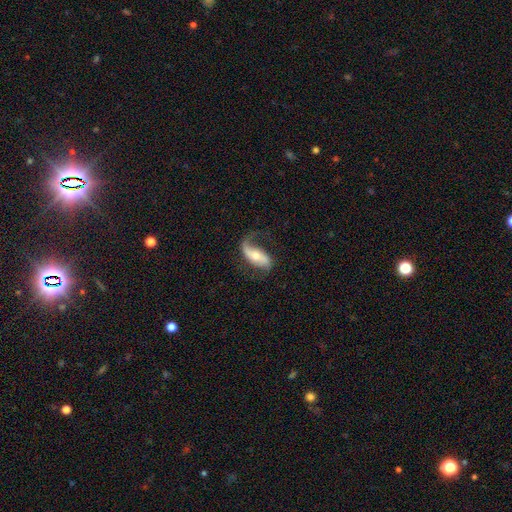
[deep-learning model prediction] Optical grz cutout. It shows a featured or disk galaxy (76%) with no bar (40%), 2 (64%) loose (71%) spiral arms (92%) and a moderate central bulge (58%). Merging: none (55%).